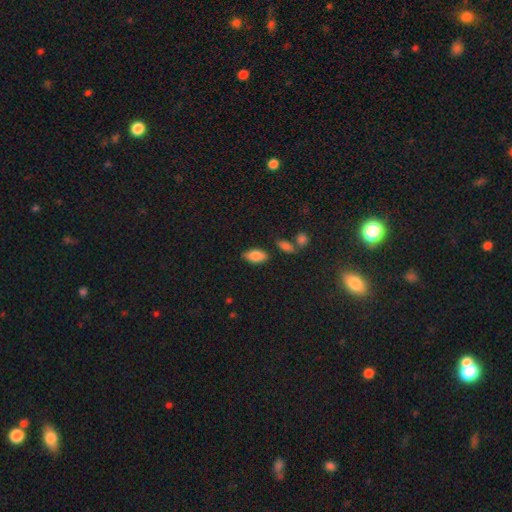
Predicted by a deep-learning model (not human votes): Smooth or featured?
  - smooth: 83% *
  - featured or disk: 9%
  - star or artifact: 8%
How rounded?
  - in between: 92% *
  - cigar-shaped: 5%
  - round: 3%
Merging?
  - none: 81% *
  - minor disturbance: 12%
  - merger: 4%
  - major disturbance: 3%